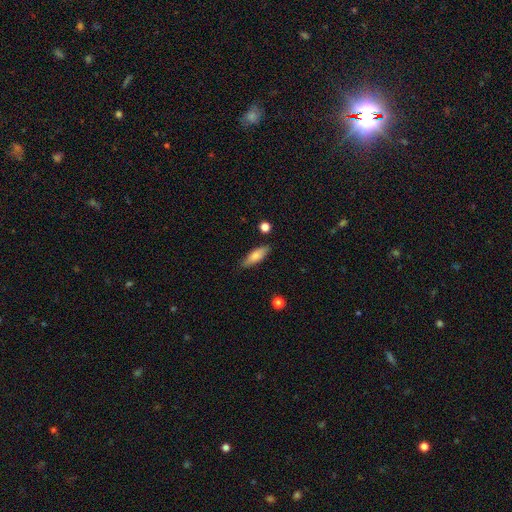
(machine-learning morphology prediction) smooth_or_featured: smooth (p=0.76) [alt: featured or disk p=0.17]
how_rounded: in between (p=0.52) [alt: cigar-shaped p=0.45]
merging: none (p=0.84) [alt: minor disturbance p=0.11]